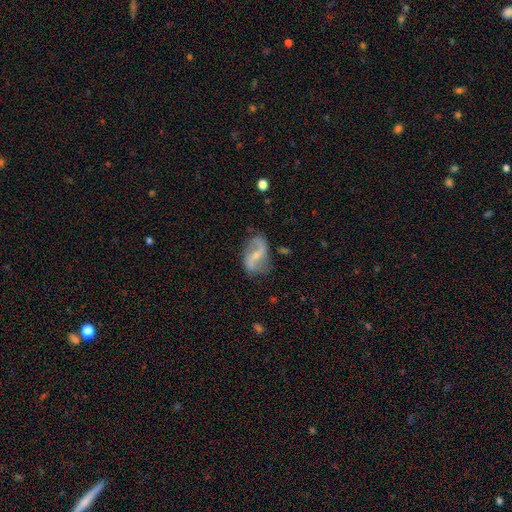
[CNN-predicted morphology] smooth-or-featured: featured or disk: 79% | smooth: 15% | star or artifact: 6%
  disk-edge-on: no: 96% | yes: 4%
    bar: weak: 41% | strong: 36% | no: 24%
    has-spiral-arms: yes: 90% | no: 10%
      spiral-winding: loose: 66% | medium: 26% | tight: 8%
      spiral-arm-count: 2: 90% | can't tell: 5% | 1: 3% | 3: 1% | 4: 1% | more than 4: 1%
    bulge-size: small: 60% | moderate: 31% | none: 6% | large: 1% | dominant: 1%
  merging: none: 71% | minor disturbance: 20% | major disturbance: 7% | merger: 2%